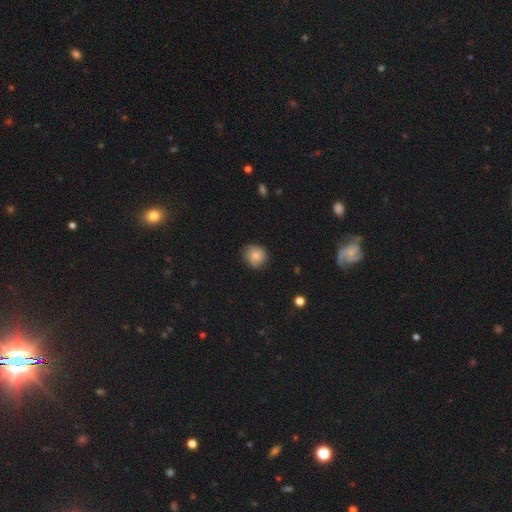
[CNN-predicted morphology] type=smooth (77%); roundness=round (83%); merging=none (73%).